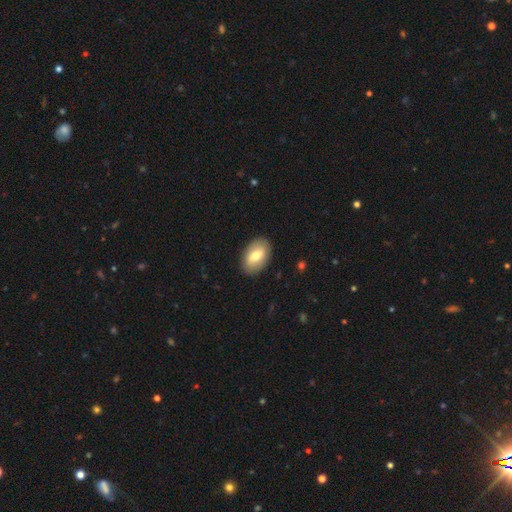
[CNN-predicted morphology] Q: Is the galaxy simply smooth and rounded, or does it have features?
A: smooth — 70%.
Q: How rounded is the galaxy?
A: in between — 91%.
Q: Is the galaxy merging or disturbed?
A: none — 89%.